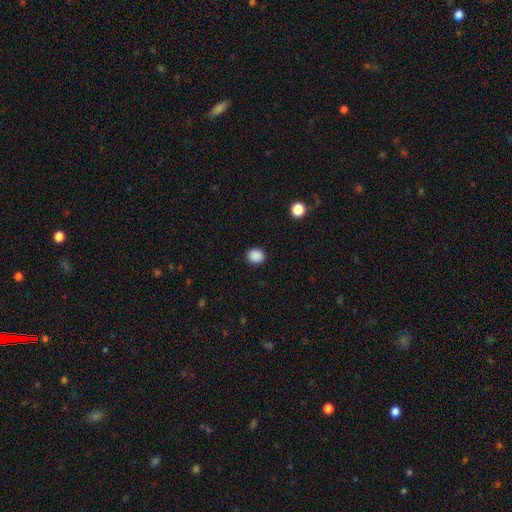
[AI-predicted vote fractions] Overall: smooth (88%). How rounded: round (72%). Merging: none (90%).